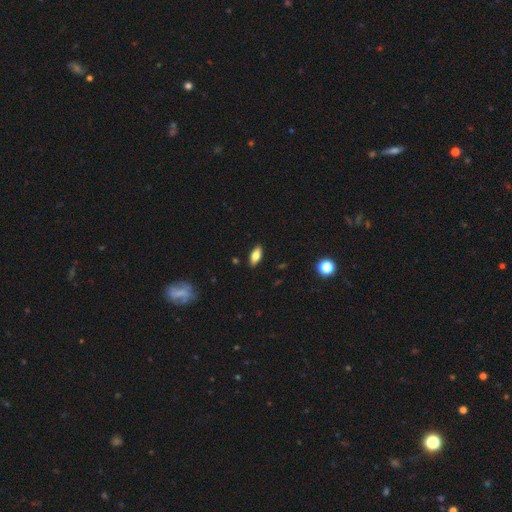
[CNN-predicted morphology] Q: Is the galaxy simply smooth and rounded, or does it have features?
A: smooth — 73%.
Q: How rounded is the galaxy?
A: in between — 82%.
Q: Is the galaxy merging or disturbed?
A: none — 88%.